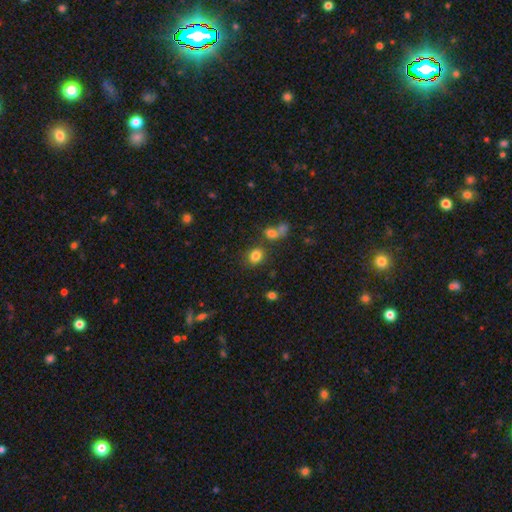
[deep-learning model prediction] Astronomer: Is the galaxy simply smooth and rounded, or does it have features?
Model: smooth — 81%.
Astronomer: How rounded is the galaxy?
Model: round — 57% (runner-up: in between, 42%).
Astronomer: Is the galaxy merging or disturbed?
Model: none — 71%.